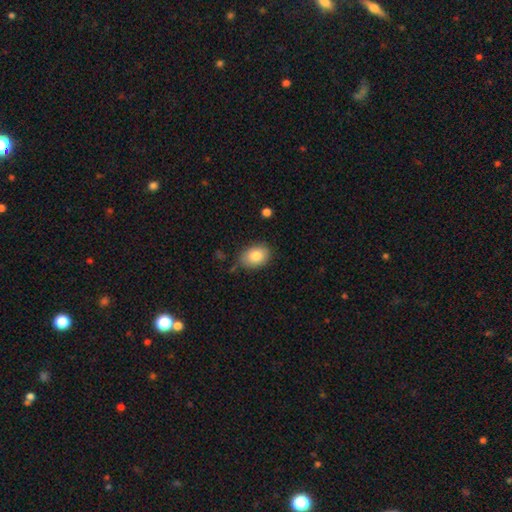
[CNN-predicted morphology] A smooth galaxy with no disk features (84%) that is in between round and cigar-shaped (75%). Merging: none (76%).